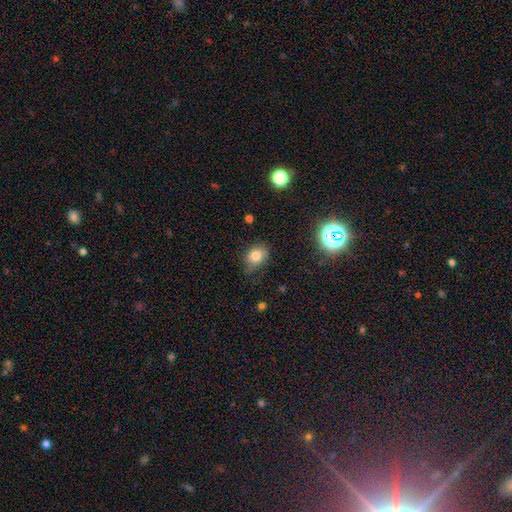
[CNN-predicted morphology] Overall: smooth (78%). How rounded: in between (53%; round 46%). Merging: none (58%; minor disturbance 31%).